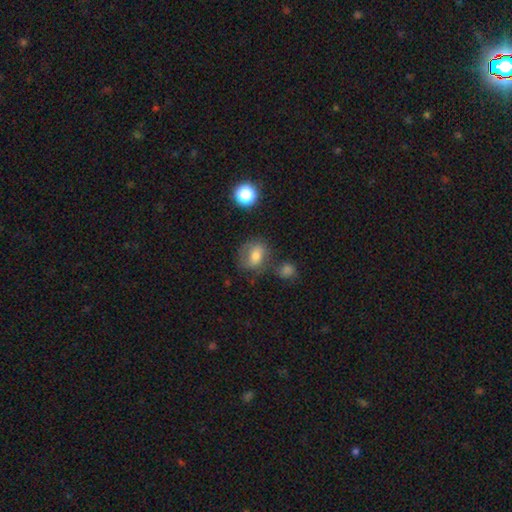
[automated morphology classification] Smooth or featured? Predicted: smooth (p=0.66). How rounded? Predicted: in between (p=0.55). Merging? Predicted: none (p=0.55).